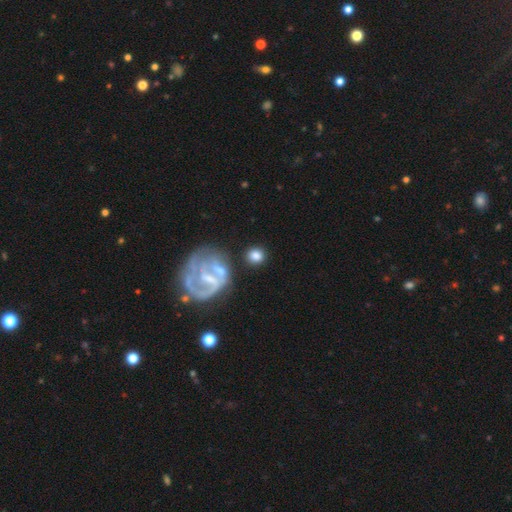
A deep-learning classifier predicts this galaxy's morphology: smooth_or_featured: smooth (p=0.73) [alt: featured or disk p=0.19]
how_rounded: round (p=0.86) [alt: in between p=0.12]
merging: none (p=0.75) [alt: minor disturbance p=0.10]